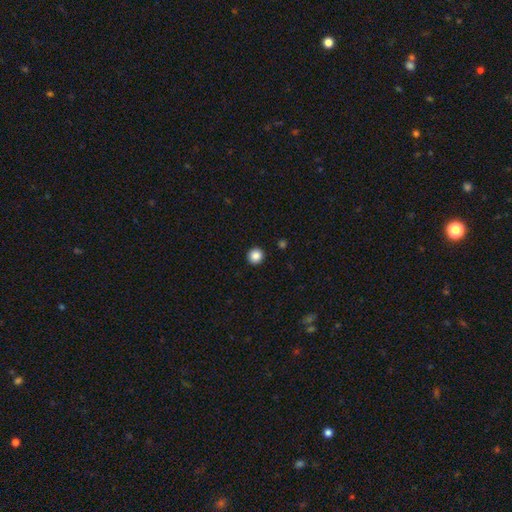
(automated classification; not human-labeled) Smooth or featured? Predicted: smooth (p=0.87). How rounded? Predicted: round (p=0.93). Merging? Predicted: none (p=0.93).